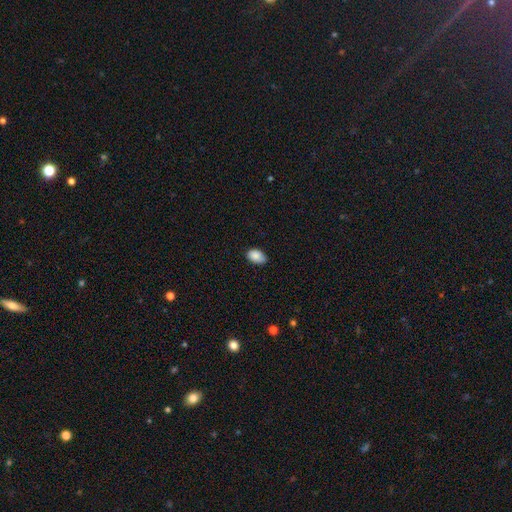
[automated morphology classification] Smooth or featured: smooth — 88% (star or artifact — 7%)
How rounded: in between — 91% (round — 8%)
Merging: none — 74% (minor disturbance — 22%)